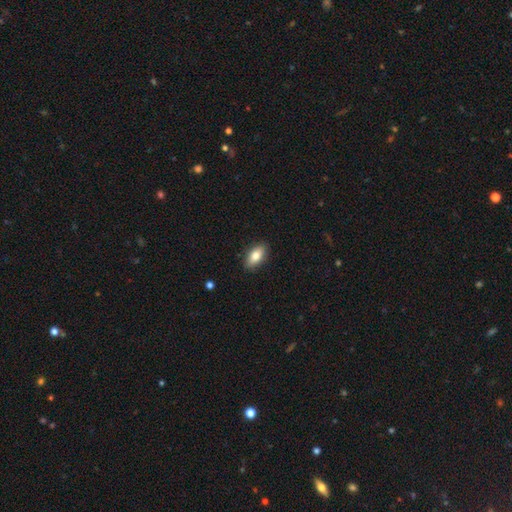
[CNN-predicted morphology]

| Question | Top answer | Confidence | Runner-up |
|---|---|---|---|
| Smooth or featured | smooth | 79% | featured or disk (14%) |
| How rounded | in between | 89% | cigar-shaped (7%) |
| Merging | none | 88% | minor disturbance (9%) |